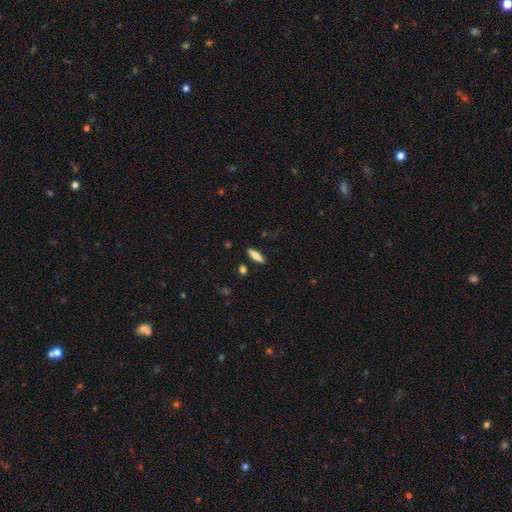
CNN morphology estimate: A smooth galaxy with no disk features (80%) that is cigar-shaped (49%, tied with in between).

Vote fractions:
- Smooth or featured? smooth: 80% / featured or disk: 13% / star or artifact: 7%
- How rounded? cigar-shaped: 49% (tied) / in between: 49% (tied) / round: 2%
- Merging? none: 87% / minor disturbance: 9% / merger: 2% / major disturbance: 2%